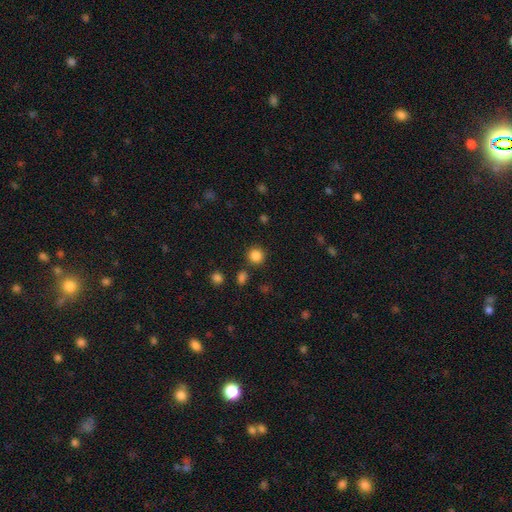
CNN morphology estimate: Q: Smooth or featured?
A: smooth (85%); runner-up: star or artifact (12%)
Q: How rounded?
A: round (92%); runner-up: in between (7%)
Q: Merging?
A: none (87%); runner-up: minor disturbance (7%)